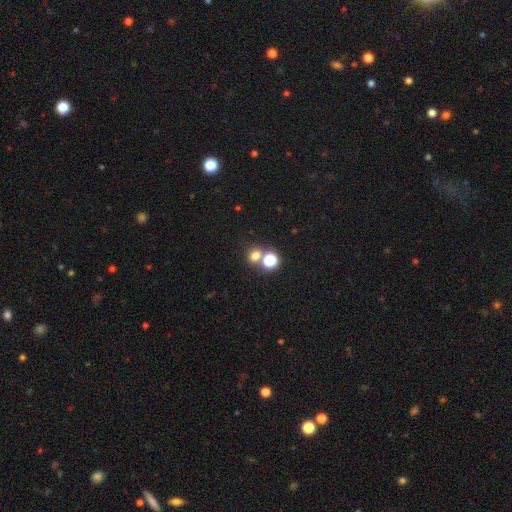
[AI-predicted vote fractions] Morphology: type=smooth (69%); roundness=round (80%); merging=none (60%).